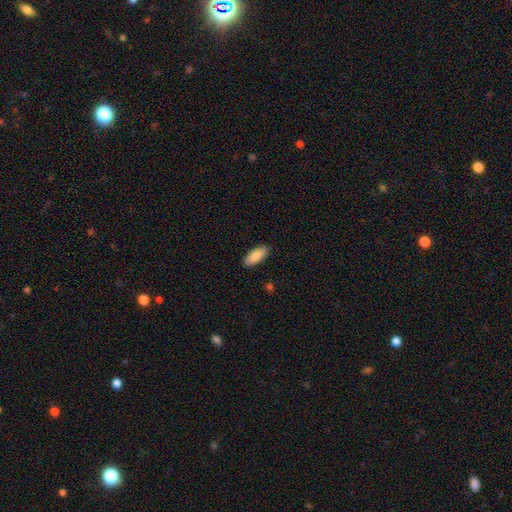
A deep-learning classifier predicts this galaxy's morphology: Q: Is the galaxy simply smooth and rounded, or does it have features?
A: smooth — 87%.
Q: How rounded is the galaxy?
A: in between — 84%.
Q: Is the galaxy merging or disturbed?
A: none — 89%.